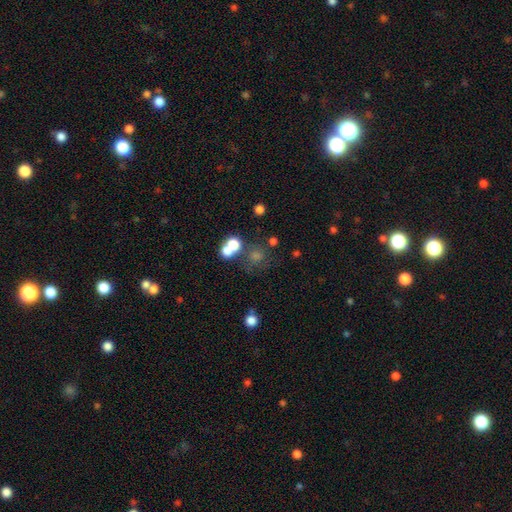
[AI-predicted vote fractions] Q: Smooth or featured?
A: smooth (50%); runner-up: star or artifact (36%)
Q: How rounded?
A: round (86%); runner-up: in between (12%)
Q: Merging?
A: none (62%); runner-up: merger (20%)